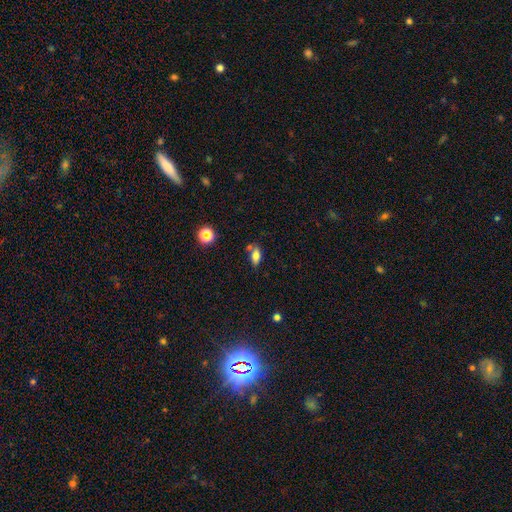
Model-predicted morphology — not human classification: This is likely a smooth galaxy (74%). How rounded: clearly in between (84%). Merging: likely none (60%).